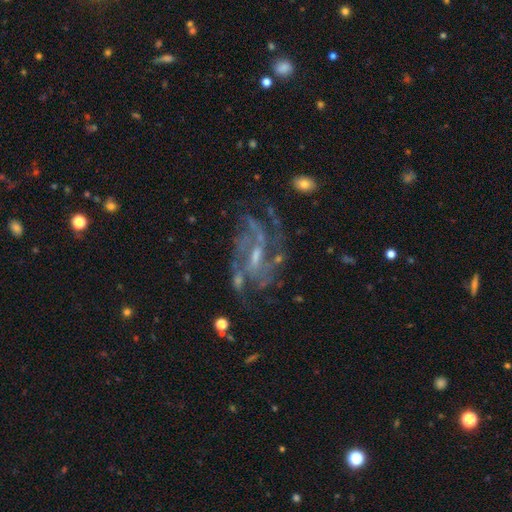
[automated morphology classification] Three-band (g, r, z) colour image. It shows a featured or disk galaxy (82%) with a weak bar (47%), 3 (24%) medium (47%) spiral arms (94%) and a small central bulge (60%). Merging: none (66%).